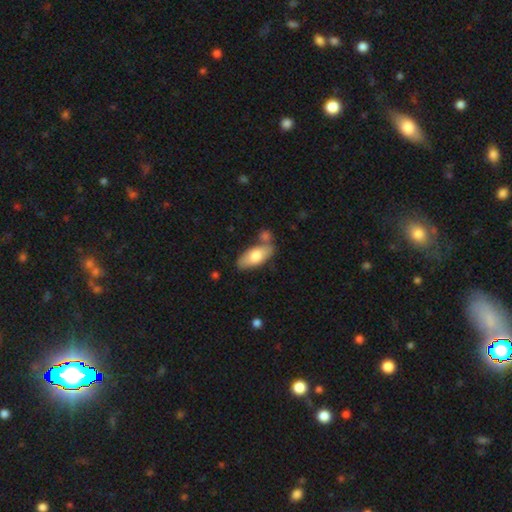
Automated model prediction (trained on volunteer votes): Smooth or featured? smooth (73%)
How rounded? in between (84%)
Merging? none (66%)